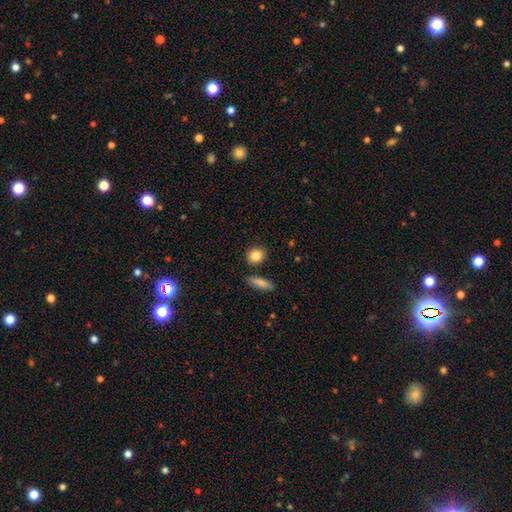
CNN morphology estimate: smooth 87%, star or artifact 8%, featured or disk 6%. Down the decision tree: how rounded — round (62%); merging — none (85%).